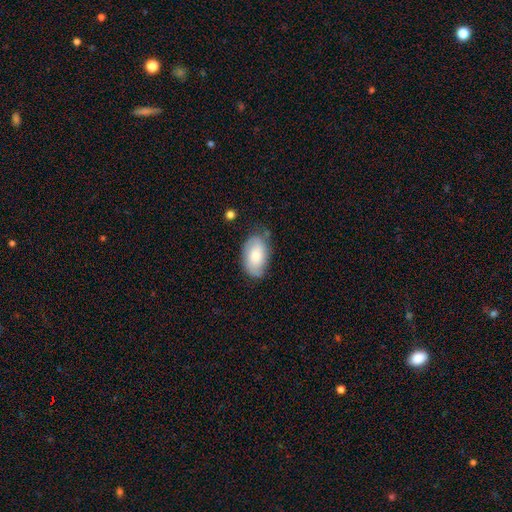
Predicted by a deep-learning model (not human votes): The model was most divided on "smooth or featured": smooth: 60%, featured or disk: 33%, star or artifact: 7%. More confident: how rounded — in between (93%); merging — none (68%).